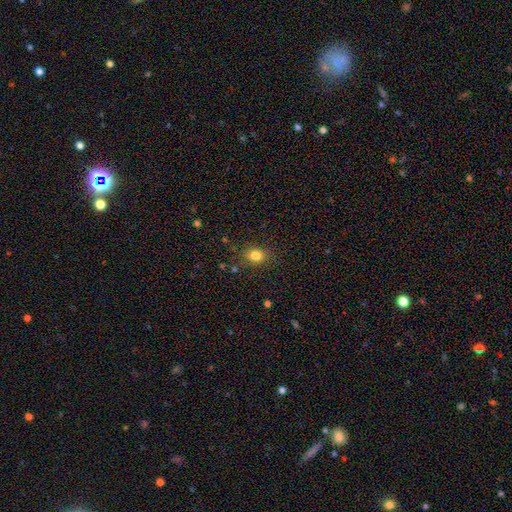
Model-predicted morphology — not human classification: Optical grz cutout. It shows a smooth galaxy with no disk features (82%) that is in between round and cigar-shaped (51%). Merging: none (84%).